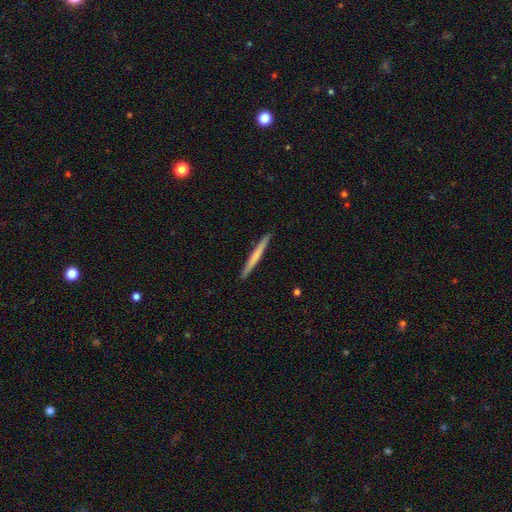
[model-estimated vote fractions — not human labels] Smooth or featured? Predicted: smooth (p=0.56). How rounded? Predicted: cigar-shaped (p=0.97). Merging? Predicted: none (p=0.93).